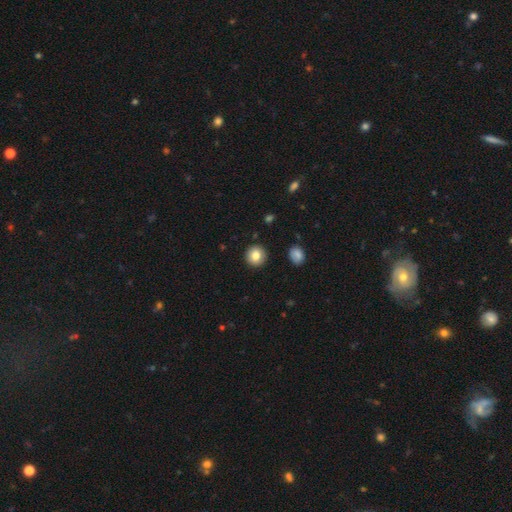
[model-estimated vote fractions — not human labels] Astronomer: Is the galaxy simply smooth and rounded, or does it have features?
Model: smooth — 83%.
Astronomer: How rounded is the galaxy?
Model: round — 92%.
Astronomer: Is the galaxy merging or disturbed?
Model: none — 91%.